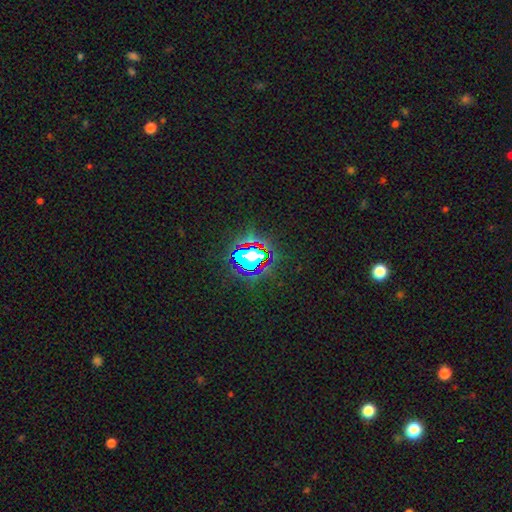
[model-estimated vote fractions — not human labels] Smooth or featured? Predicted: star or artifact (p=0.66).